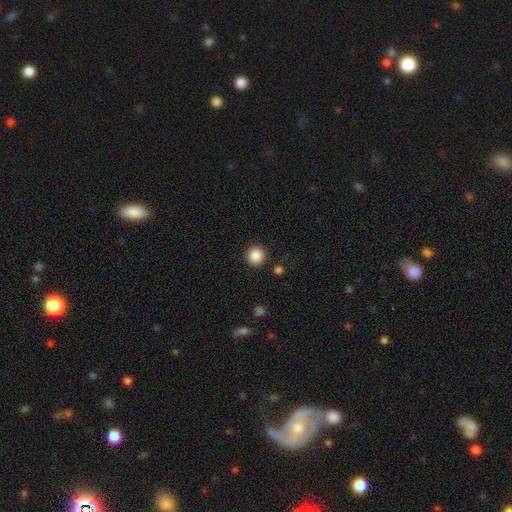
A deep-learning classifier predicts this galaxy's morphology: smooth 87%, star or artifact 10%, featured or disk 3%. Down the decision tree: how rounded — round (95%); merging — none (91%).